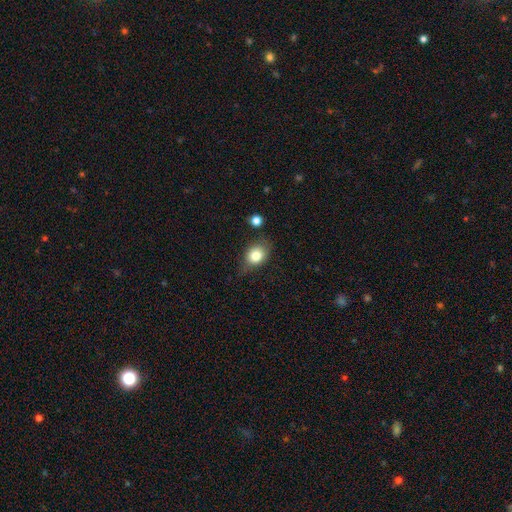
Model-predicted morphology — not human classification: Smooth or featured: smooth — 79% (featured or disk — 11%)
How rounded: in between — 51% (round — 48%)
Merging: none — 64% (minor disturbance — 25%)